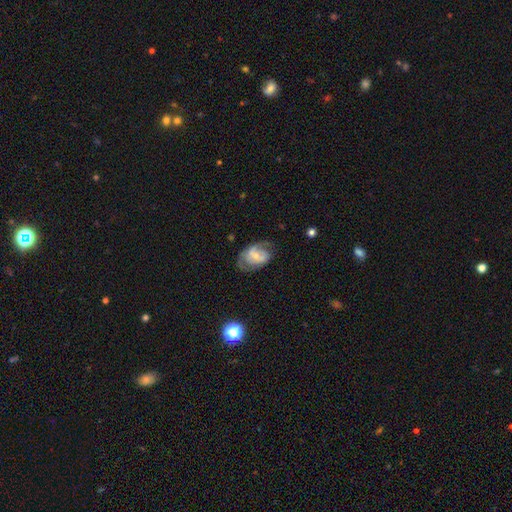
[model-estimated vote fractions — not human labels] Q: Smooth or featured?
A: featured or disk (64%); runner-up: smooth (29%)
Q: Edge-on disk?
A: no (96%); runner-up: yes (4%)
Q: Bar?
A: no (47%); runner-up: weak (39%)
Q: Spiral arms?
A: yes (77%); runner-up: no (23%)
Q: Bulge size?
A: small (58%); runner-up: moderate (33%)
Q: Merging?
A: none (54%); runner-up: minor disturbance (25%)